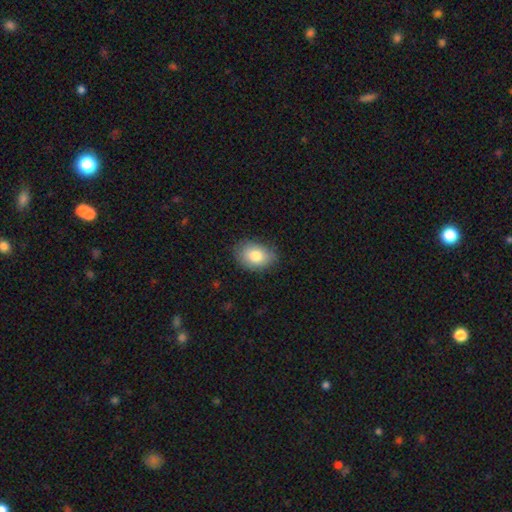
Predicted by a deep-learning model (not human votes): Smooth or featured? smooth (80%)
How rounded? in between (81%)
Merging? none (79%)